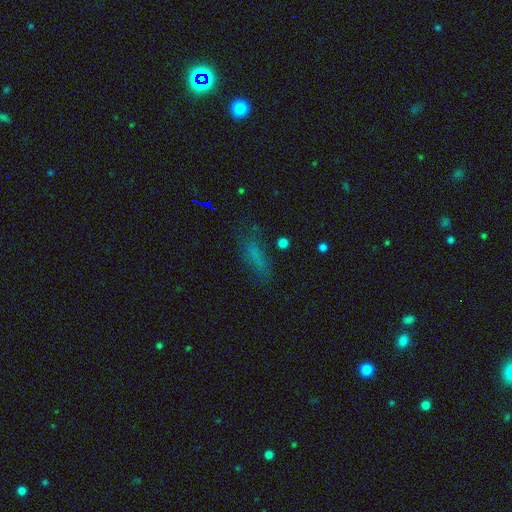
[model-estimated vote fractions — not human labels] smooth-or-featured: smooth: 65% | star or artifact: 19% | featured or disk: 16%
  how-rounded: cigar-shaped: 52% | in between: 44% | round: 4%
  merging: none: 64% | minor disturbance: 21% | major disturbance: 13% | merger: 3%